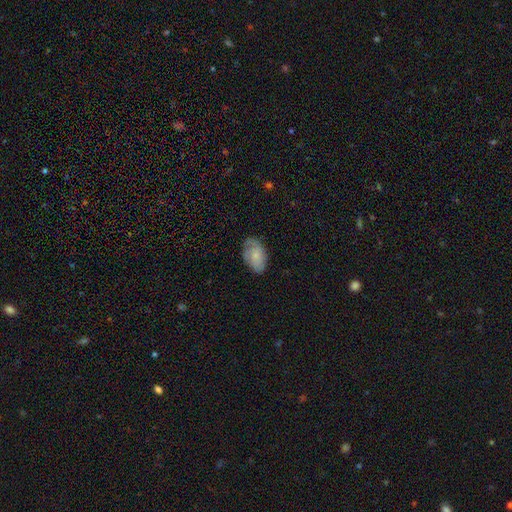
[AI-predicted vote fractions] Smooth or featured?
  - smooth: 65% *
  - featured or disk: 28%
  - star or artifact: 7%
How rounded?
  - in between: 92% *
  - round: 7%
  - cigar-shaped: 2%
Merging?
  - none: 66% *
  - minor disturbance: 26%
  - major disturbance: 7%
  - merger: 1%